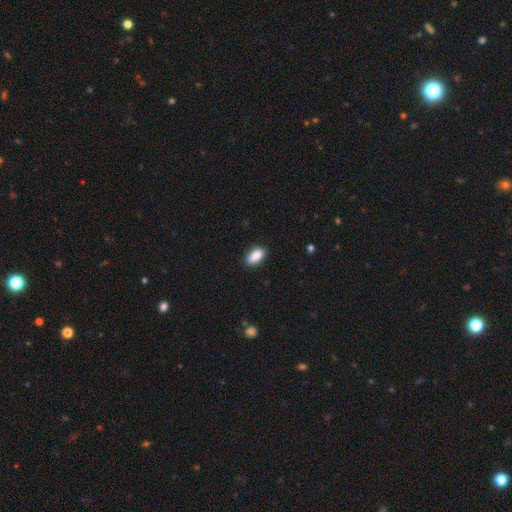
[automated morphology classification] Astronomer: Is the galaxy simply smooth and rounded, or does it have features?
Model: smooth — 89%.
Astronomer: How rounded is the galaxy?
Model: in between — 89%.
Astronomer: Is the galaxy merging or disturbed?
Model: none — 88%.